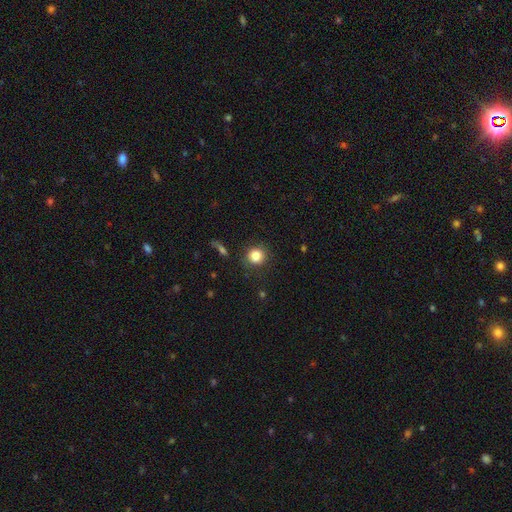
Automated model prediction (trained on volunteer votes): Smooth or featured?
  - smooth: 84% *
  - star or artifact: 11%
  - featured or disk: 6%
How rounded?
  - round: 90% *
  - in between: 9%
  - cigar-shaped: 1%
Merging?
  - none: 87% *
  - minor disturbance: 9%
  - major disturbance: 3%
  - merger: 2%